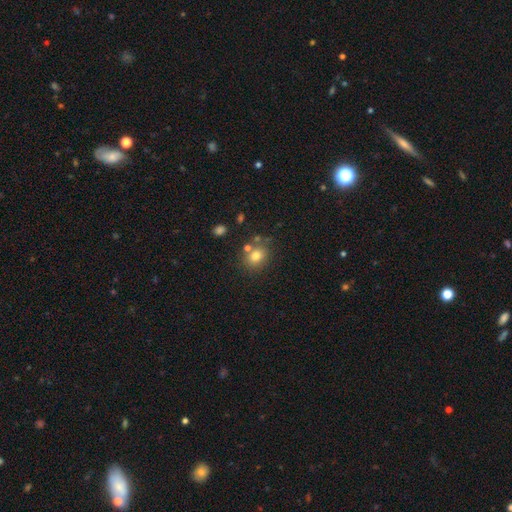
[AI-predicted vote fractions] The model was most divided on "how rounded": round: 63%, in between: 36%, cigar-shaped: 1%. More confident: smooth or featured — smooth (78%); merging — none (69%).